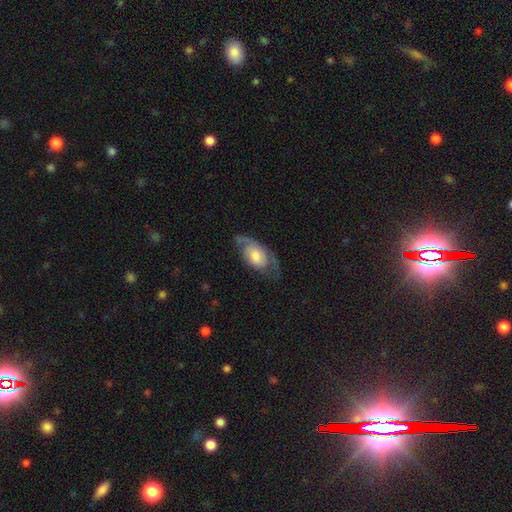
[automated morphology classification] Smooth or featured? Predicted: featured or disk (p=0.64). Edge-on disk? Predicted: no (p=0.90). Bar? Predicted: no (p=0.71). Spiral arms? Predicted: yes (p=0.80). Bulge size? Predicted: moderate (p=0.51). Merging? Predicted: none (p=0.57).